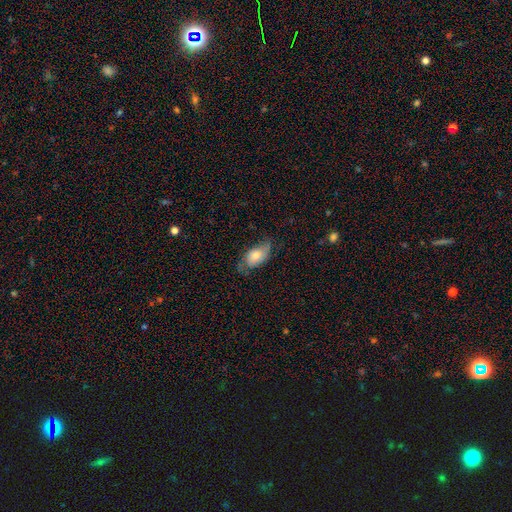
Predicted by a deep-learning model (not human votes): A smooth galaxy with no disk features (56%) that is in between round and cigar-shaped (91%).

Vote fractions:
- Smooth or featured? smooth: 56% / featured or disk: 36% / star or artifact: 8%
- How rounded? in between: 91% / round: 6% / cigar-shaped: 3%
- Merging? none: 57% / minor disturbance: 28% / major disturbance: 13% / merger: 1%